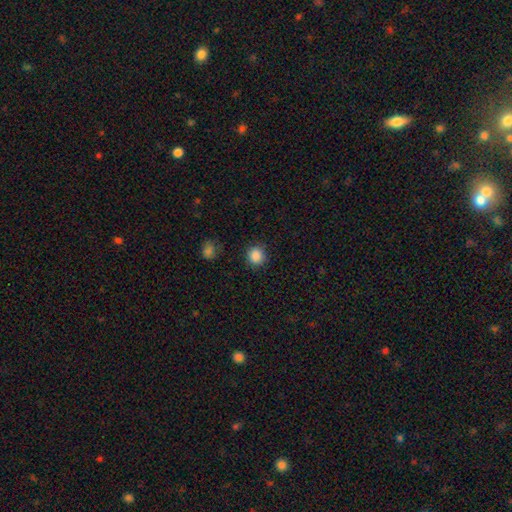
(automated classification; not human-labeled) A smooth galaxy with no disk features (87%) that is round (88%).

Vote fractions:
- Smooth or featured? smooth: 87% / star or artifact: 10% / featured or disk: 3%
- How rounded? round: 88% / in between: 11% / cigar-shaped: 1%
- Merging? none: 88% / minor disturbance: 8% / major disturbance: 3% / merger: 1%